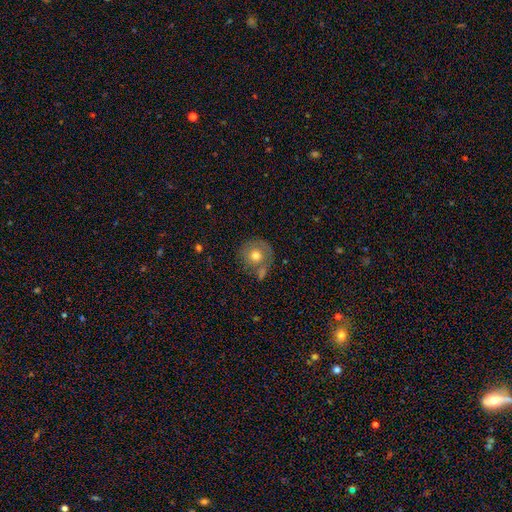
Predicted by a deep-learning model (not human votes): Q: Smooth or featured?
A: smooth (63%); runner-up: featured or disk (29%)
Q: How rounded?
A: round (91%); runner-up: in between (8%)
Q: Merging?
A: none (60%); runner-up: minor disturbance (17%)